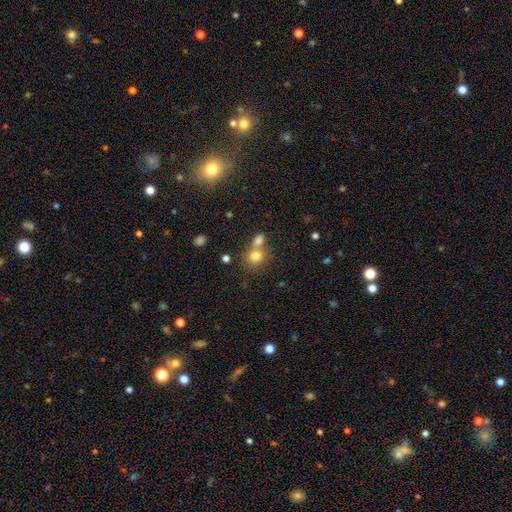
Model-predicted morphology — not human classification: A smooth galaxy with no disk features (77%) that is round (70%).

Vote fractions:
- Smooth or featured? smooth: 77% / star or artifact: 12% / featured or disk: 10%
- How rounded? round: 70% / in between: 29% / cigar-shaped: 1%
- Merging? none: 44% (tied) / merger: 44% (tied) / minor disturbance: 9% / major disturbance: 4%